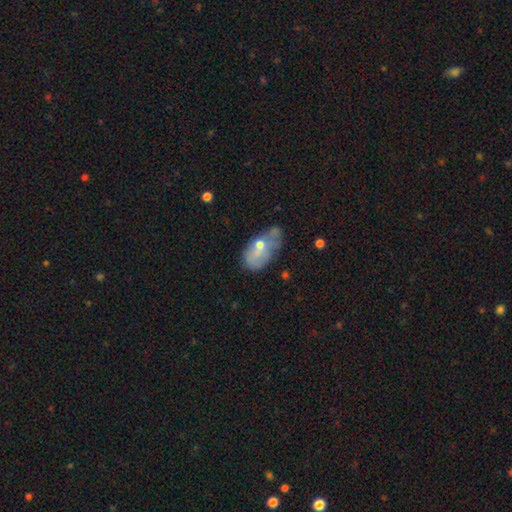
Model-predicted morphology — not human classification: A smooth galaxy with no disk features (44%). Merging: none (46%).